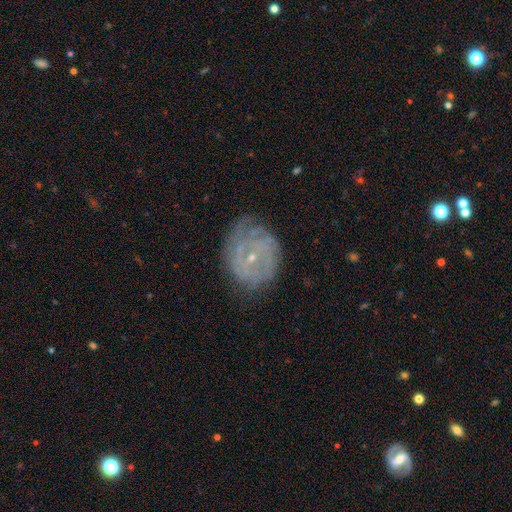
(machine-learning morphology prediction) type=featured or disk (67%); edge-on=no (97%); bar=no (65%); spiral arms=yes (82%); winding=tight (67%); arm count=can't tell (48%); bulge=small (79%); merging=none (71%).